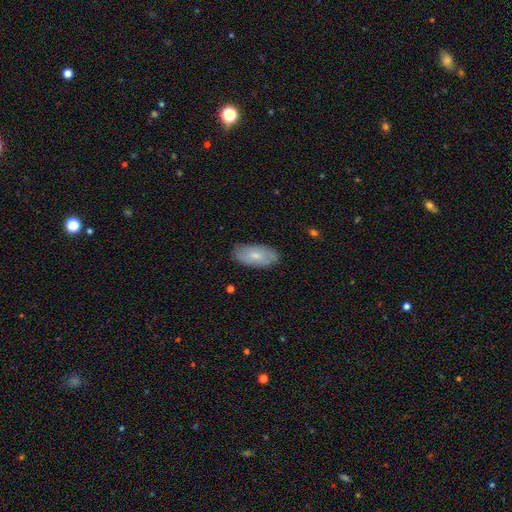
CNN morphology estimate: A smooth galaxy with no disk features (61%) that is in between round and cigar-shaped (90%).

Vote fractions:
- Smooth or featured? smooth: 61% / featured or disk: 33% / star or artifact: 6%
- How rounded? in between: 90% / cigar-shaped: 7% / round: 3%
- Merging? none: 79% / minor disturbance: 16% / major disturbance: 3% / merger: 1%